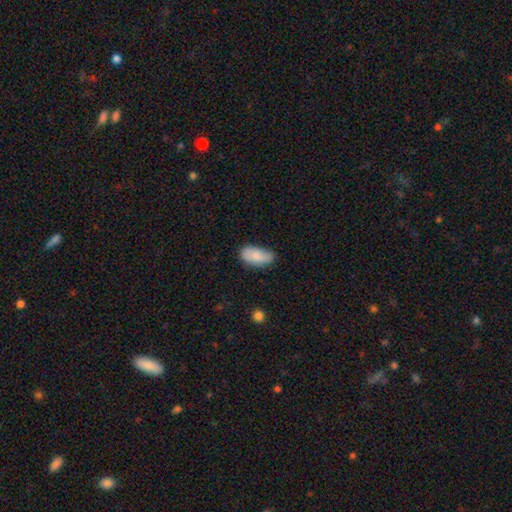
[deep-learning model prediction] Morphology: type=smooth (81%); roundness=in between (93%); merging=none (65%).